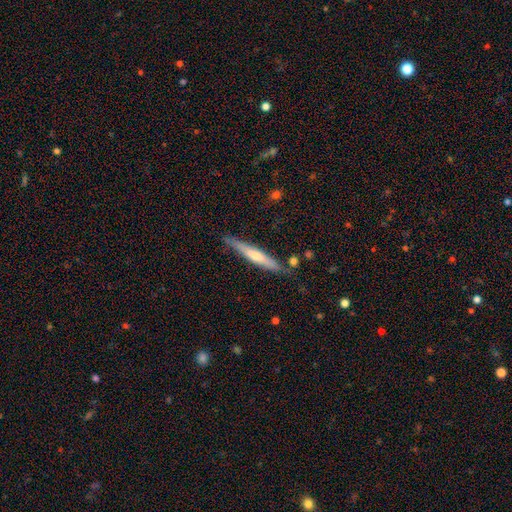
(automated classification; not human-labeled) This is possibly a featured or disk galaxy (47%, tied with smooth). Merging: clearly none (80%).